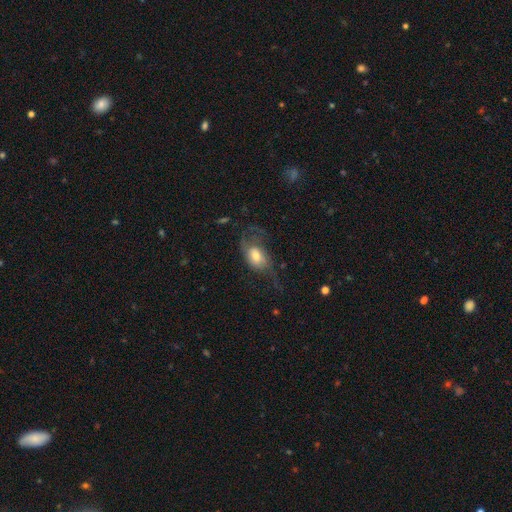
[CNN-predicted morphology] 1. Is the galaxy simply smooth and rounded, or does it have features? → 53% smooth, 39% featured or disk, 8% star or artifact.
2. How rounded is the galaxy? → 84% in between, 14% round, 3% cigar-shaped.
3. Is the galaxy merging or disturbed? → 44% major disturbance, 31% none, 22% minor disturbance, 2% merger.